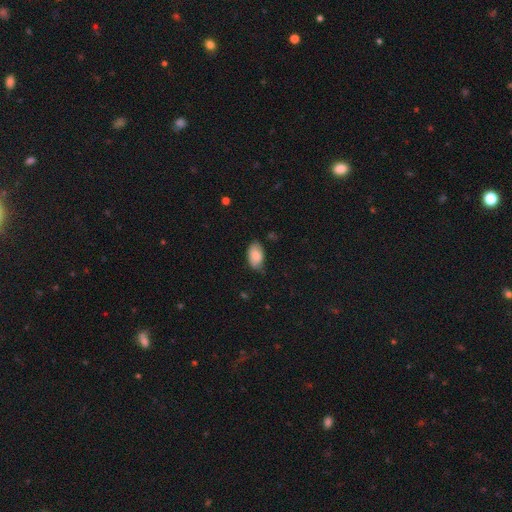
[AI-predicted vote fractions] smooth-or-featured: smooth: 80% | featured or disk: 14% | star or artifact: 6%
  how-rounded: in between: 94% | round: 4% | cigar-shaped: 2%
  merging: none: 66% | minor disturbance: 28% | major disturbance: 4% | merger: 1%